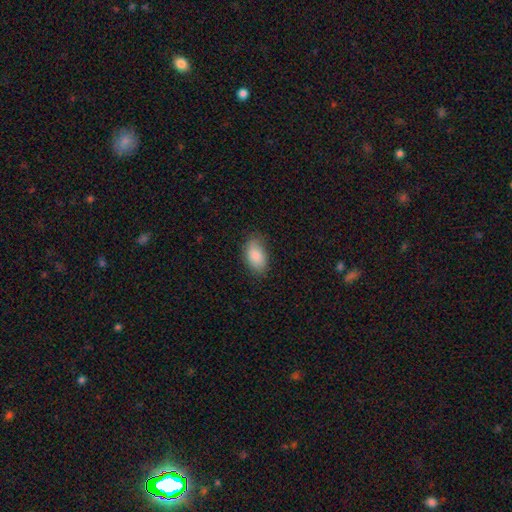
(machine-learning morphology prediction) smooth 87%, star or artifact 7%, featured or disk 6%. Down the decision tree: how rounded — in between (93%); merging — none (78%).